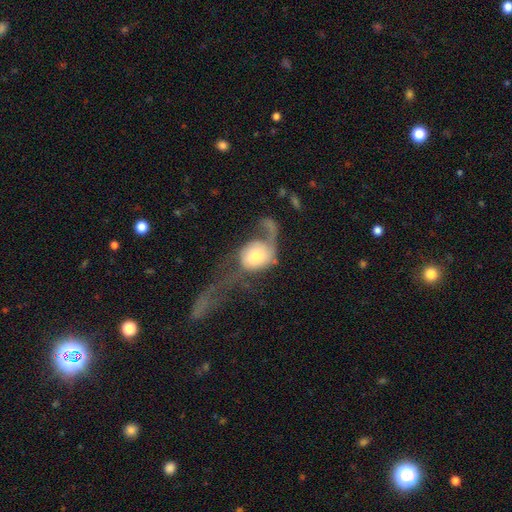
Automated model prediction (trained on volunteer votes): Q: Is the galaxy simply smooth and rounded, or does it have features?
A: featured or disk — 48%.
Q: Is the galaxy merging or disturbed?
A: major disturbance — 63%.